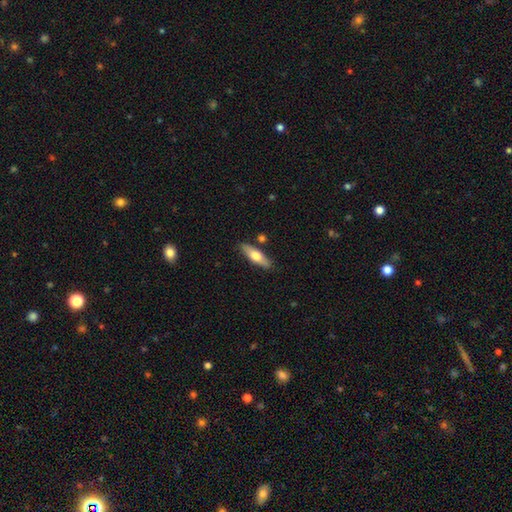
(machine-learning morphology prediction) This appears to be a smooth galaxy with no disk features (58%) that is cigar-shaped (54%). Merging: none (83%).